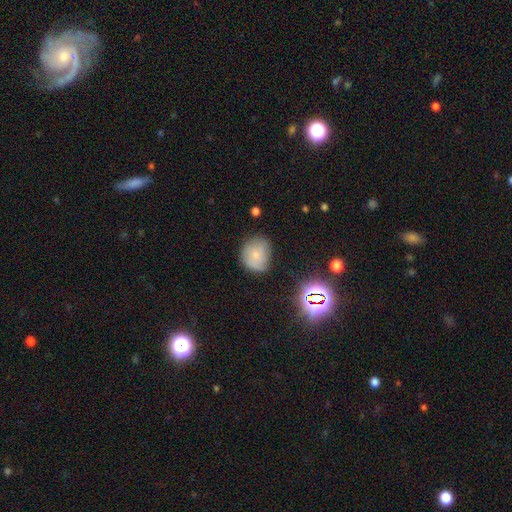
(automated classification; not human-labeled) Smooth or featured? Predicted: smooth (p=0.67). How rounded? Predicted: round (p=0.62). Merging? Predicted: none (p=0.64).